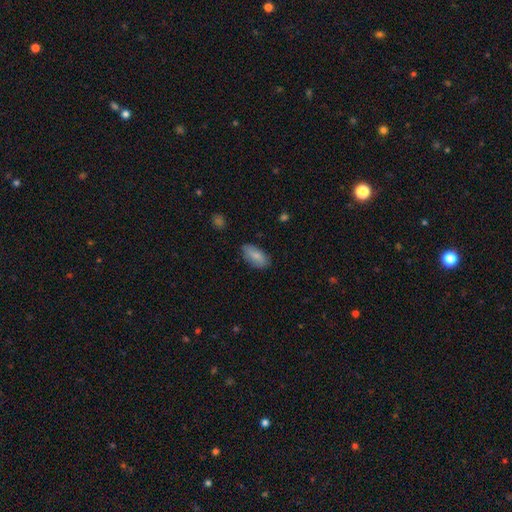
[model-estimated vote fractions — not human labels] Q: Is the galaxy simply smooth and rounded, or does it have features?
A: smooth — 81%.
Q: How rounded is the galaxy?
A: in between — 90%.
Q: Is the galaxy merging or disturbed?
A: none — 80%.